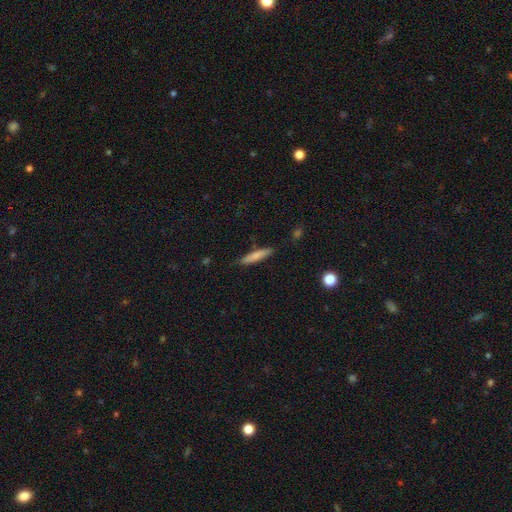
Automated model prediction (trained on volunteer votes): A smooth galaxy with no disk features (76%) that is cigar-shaped (85%). Merging: none (84%).